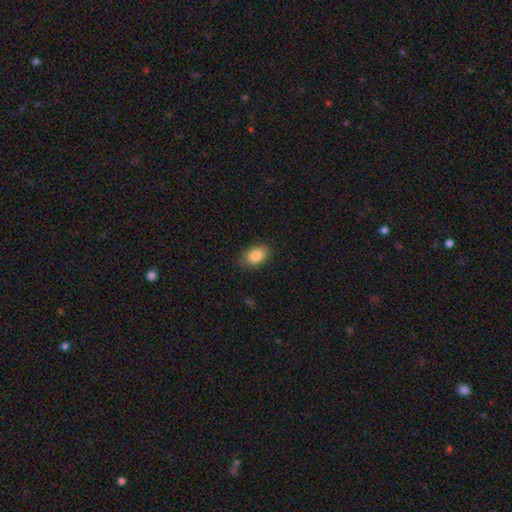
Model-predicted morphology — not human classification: Overall: smooth (86%). How rounded: in between (84%). Merging: none (85%).